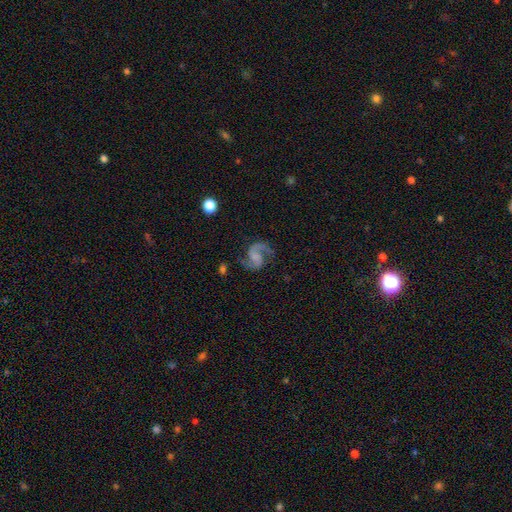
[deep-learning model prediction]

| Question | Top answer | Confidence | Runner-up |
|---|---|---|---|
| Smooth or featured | featured or disk | 90% | star or artifact (5%) |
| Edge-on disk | no | 98% | yes (2%) |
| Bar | no | 49% | weak (39%) |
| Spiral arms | yes | 98% | no (2%) |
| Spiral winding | medium | 55% | loose (34%) |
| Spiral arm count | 2 | 93% | 1 (2%) |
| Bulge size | none | 55% | small (23%) |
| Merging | none | 75% | minor disturbance (15%) |